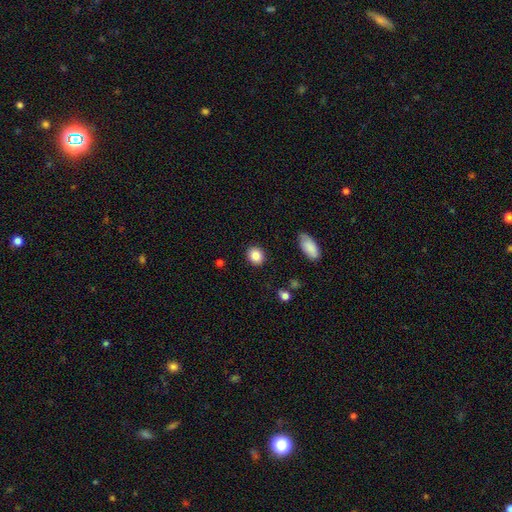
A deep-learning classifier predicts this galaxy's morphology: smooth_or_featured: smooth (p=0.86) [alt: star or artifact p=0.09]
how_rounded: round (p=0.68) [alt: in between p=0.31]
merging: none (p=0.89) [alt: minor disturbance p=0.07]